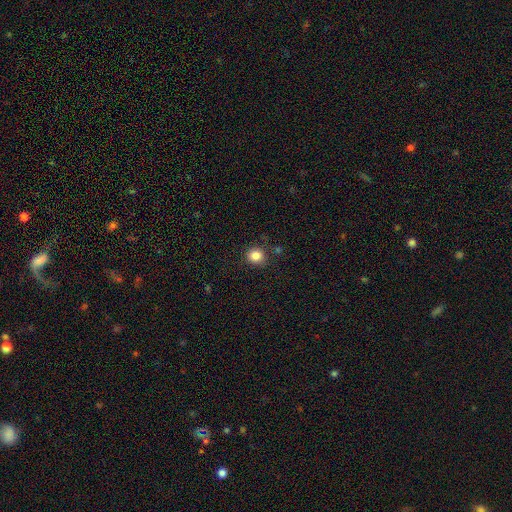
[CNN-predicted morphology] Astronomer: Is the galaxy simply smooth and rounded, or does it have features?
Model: smooth — 84%.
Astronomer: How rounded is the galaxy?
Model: round — 89%.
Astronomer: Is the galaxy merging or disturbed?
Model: none — 86%.